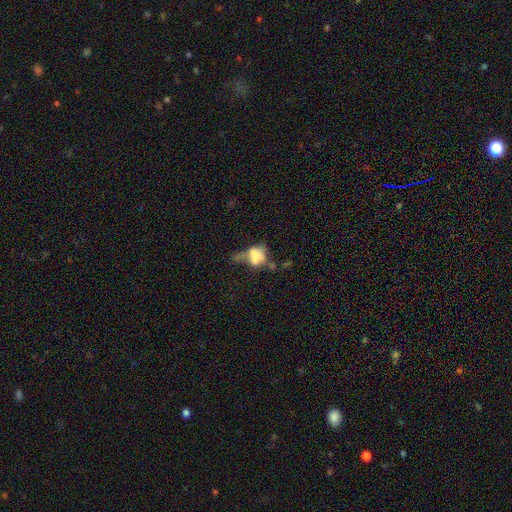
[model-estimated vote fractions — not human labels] Overall: smooth (58%; featured or disk 29%). How rounded: in between (68%; round 29%). Merging: major disturbance (35%; merger 24%).